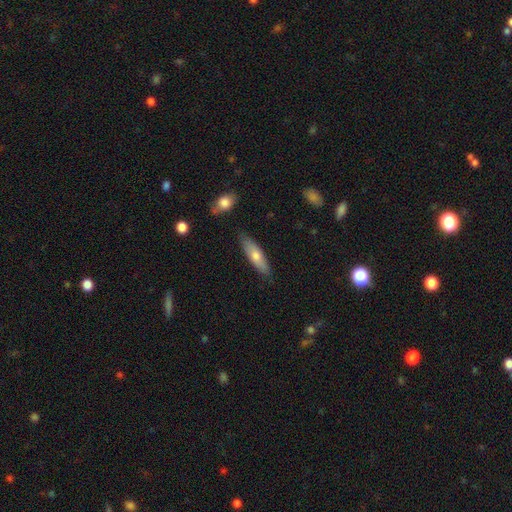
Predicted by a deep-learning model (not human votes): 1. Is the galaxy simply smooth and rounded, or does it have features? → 64% smooth, 30% featured or disk, 6% star or artifact.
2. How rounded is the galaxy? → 59% cigar-shaped, 39% in between, 2% round.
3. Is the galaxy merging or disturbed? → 83% none, 13% minor disturbance, 2% major disturbance, 2% merger.